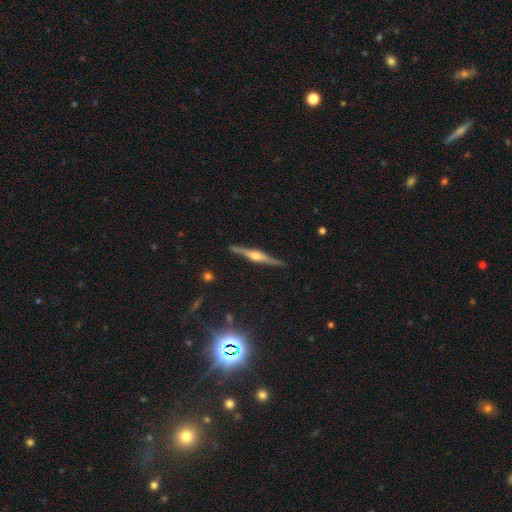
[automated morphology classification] Q: Smooth or featured?
A: featured or disk (80%); runner-up: smooth (13%)
Q: Edge-on disk?
A: yes (98%); runner-up: no (2%)
Q: Edge-on bulge?
A: rounded (85%); runner-up: boxy (10%)
Q: Merging?
A: none (89%); runner-up: minor disturbance (8%)